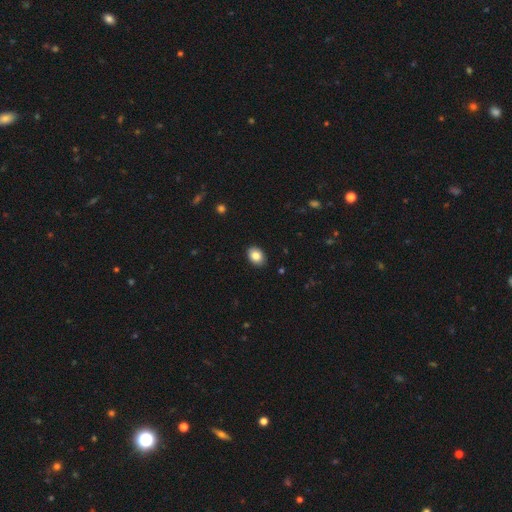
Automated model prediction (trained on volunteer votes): Morphology: type=smooth (86%); roundness=in between (75%); merging=none (90%).